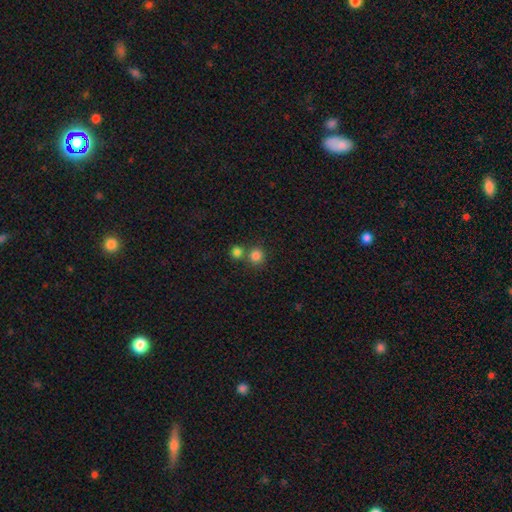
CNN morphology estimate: Smooth or featured? Predicted: smooth (p=0.81). How rounded? Predicted: round (p=0.90). Merging? Predicted: none (p=0.63).